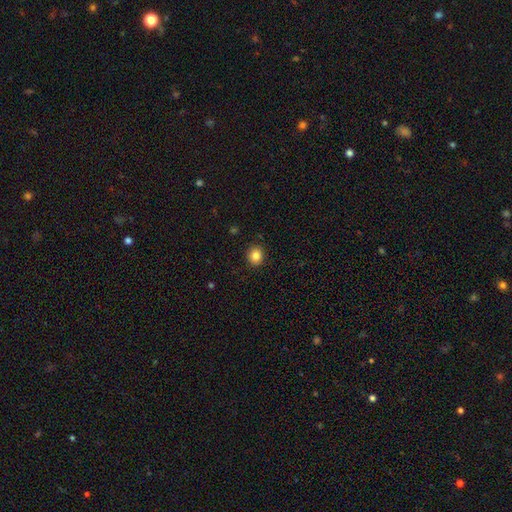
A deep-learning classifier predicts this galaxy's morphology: smooth-or-featured: smooth: 86% | star or artifact: 10% | featured or disk: 4%
  how-rounded: round: 77% | in between: 22% | cigar-shaped: 1%
  merging: none: 91% | minor disturbance: 6% | major disturbance: 2% | merger: 1%